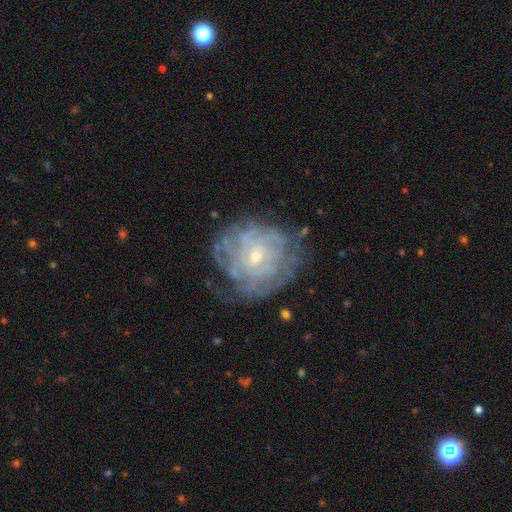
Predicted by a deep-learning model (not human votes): A featured or disk galaxy (80%) with no bar (74%), tight (73%) spiral arms (86%) and a small central bulge (70%).

Vote fractions:
- Smooth or featured? featured or disk: 80% / smooth: 12% / star or artifact: 8%
- Edge-on disk? no: 97% / yes: 3%
- Bar? no: 74% / weak: 22% / strong: 4%
- Spiral arms? yes: 86% / no: 14%
- Spiral winding? tight: 73% / medium: 20% / loose: 7%
- Spiral arm count? can't tell: 52% / 4: 14% / more than 4: 12% / 3: 9% / 2: 8% / 1: 5%
- Bulge size? small: 70% / moderate: 26% / none: 2% / large: 1% / dominant: 1%
- Merging? none: 69% / minor disturbance: 19% / major disturbance: 11% / merger: 2%